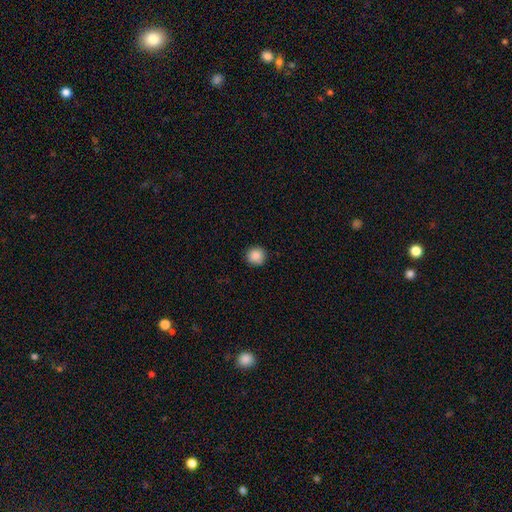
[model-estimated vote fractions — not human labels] This appears to be a smooth galaxy with no disk features (88%) that is round (95%). Merging: none (91%).